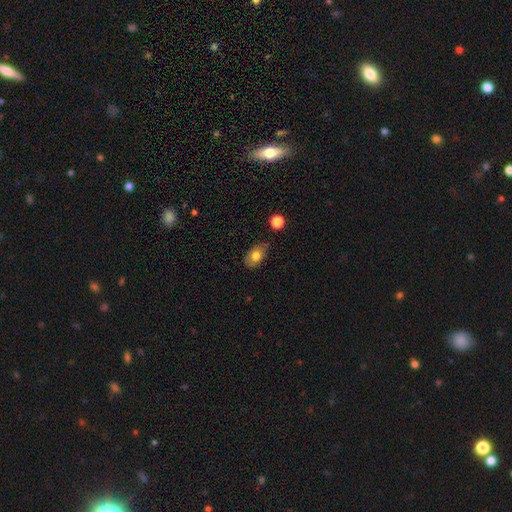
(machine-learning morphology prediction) Smooth or featured? smooth (74%)
How rounded? in between (85%)
Merging? none (66%)